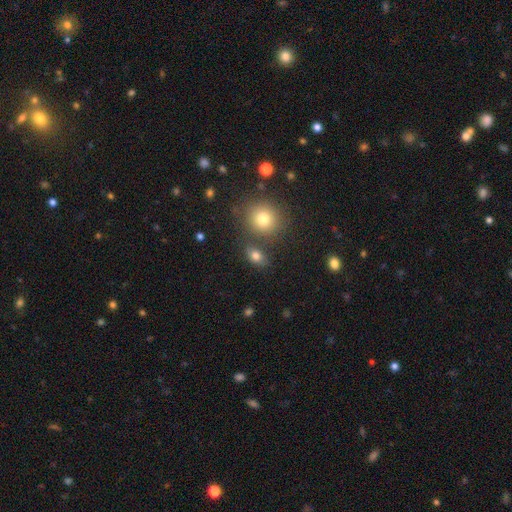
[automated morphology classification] Smooth or featured: smooth — 77% (star or artifact — 13%)
How rounded: in between — 72% (round — 26%)
Merging: none — 73% (minor disturbance — 12%)